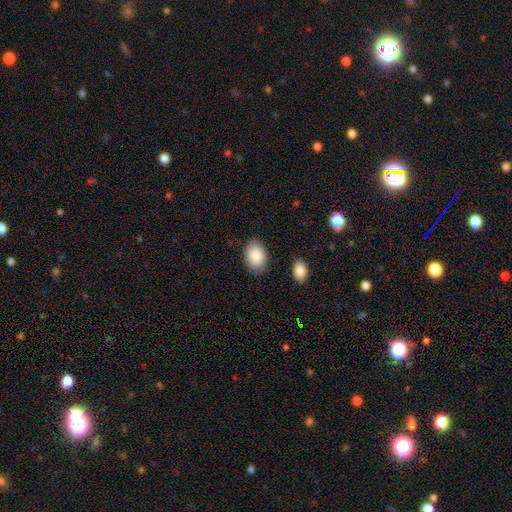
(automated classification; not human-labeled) smooth-or-featured: smooth: 84% | featured or disk: 9% | star or artifact: 7%
  how-rounded: in between: 84% | round: 15% | cigar-shaped: 1%
  merging: none: 81% | minor disturbance: 13% | major disturbance: 3% | merger: 2%